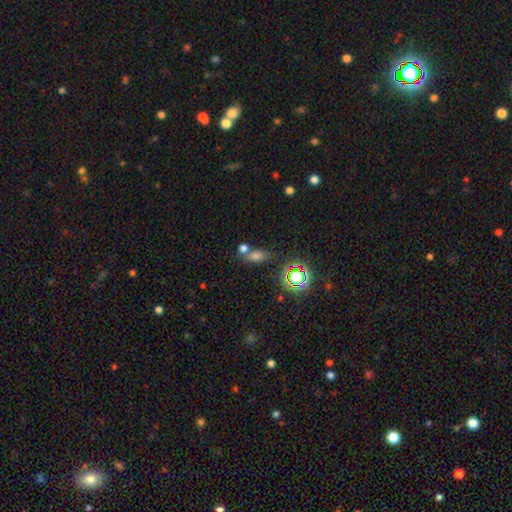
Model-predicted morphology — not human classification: Q: Smooth or featured?
A: smooth (65%); runner-up: star or artifact (26%)
Q: How rounded?
A: in between (73%); runner-up: round (17%)
Q: Merging?
A: none (57%); runner-up: merger (25%)